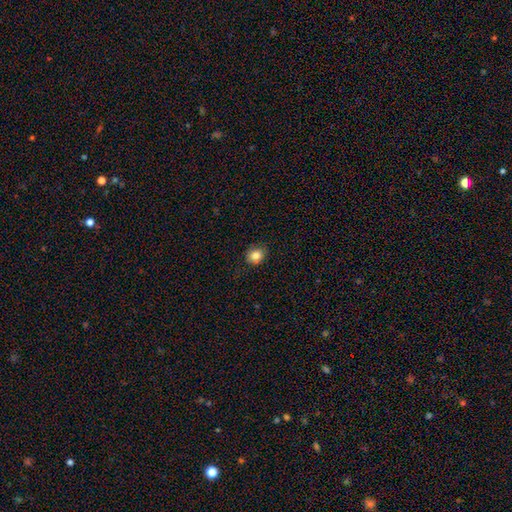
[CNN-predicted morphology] type=smooth (83%); roundness=round (69%); merging=none (84%).